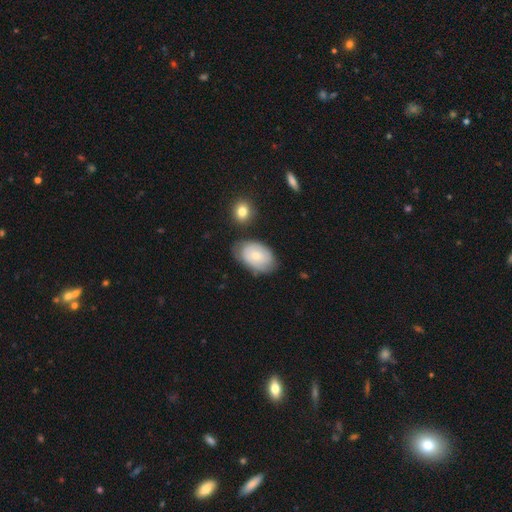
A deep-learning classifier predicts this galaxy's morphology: smooth 53%, featured or disk 40%, star or artifact 7%. Down the decision tree: how rounded — in between (88%); merging — none (67%).